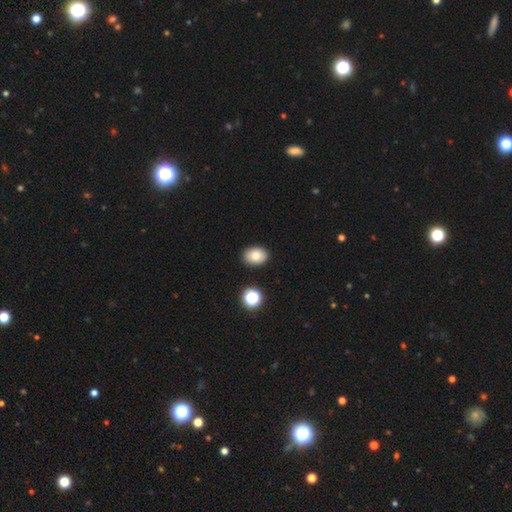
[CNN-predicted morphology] Q: Smooth or featured?
A: smooth (81%); runner-up: star or artifact (10%)
Q: How rounded?
A: in between (70%); runner-up: round (29%)
Q: Merging?
A: none (88%); runner-up: minor disturbance (8%)